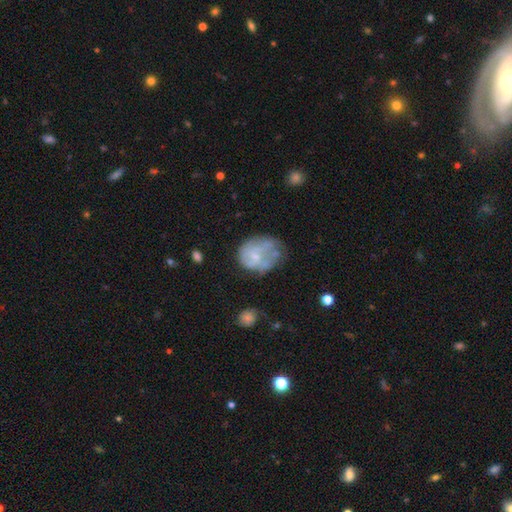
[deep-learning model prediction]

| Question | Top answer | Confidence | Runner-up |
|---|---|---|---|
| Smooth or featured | featured or disk | 50% | smooth (41%) |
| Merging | none | 36% | minor disturbance (29%) |